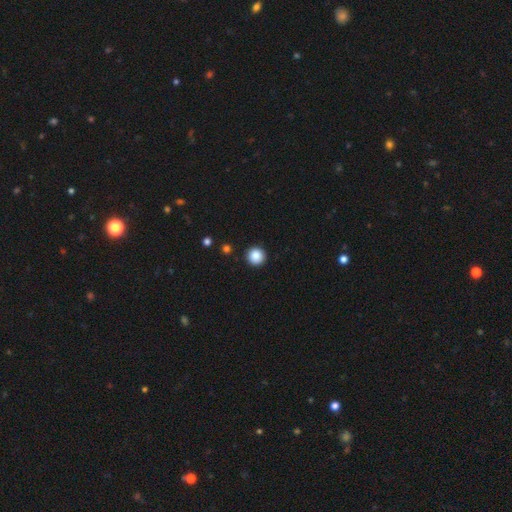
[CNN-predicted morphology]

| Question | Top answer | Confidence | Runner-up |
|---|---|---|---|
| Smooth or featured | smooth | 87% | star or artifact (10%) |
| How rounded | round | 96% | in between (3%) |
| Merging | none | 92% | minor disturbance (5%) |